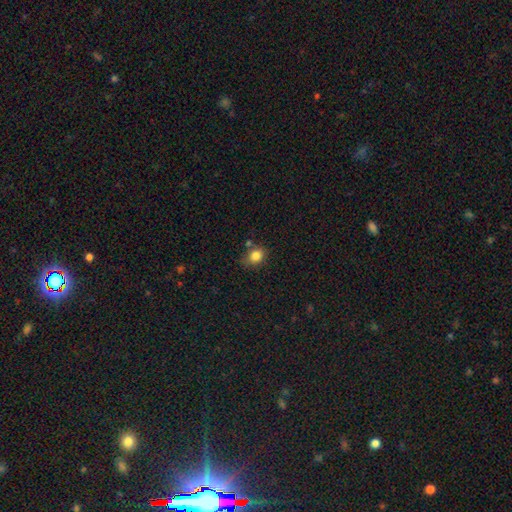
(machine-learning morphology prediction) The model was most divided on "how rounded": round: 56%, in between: 43%, cigar-shaped: 1%. More confident: smooth or featured — smooth (83%); merging — none (64%).